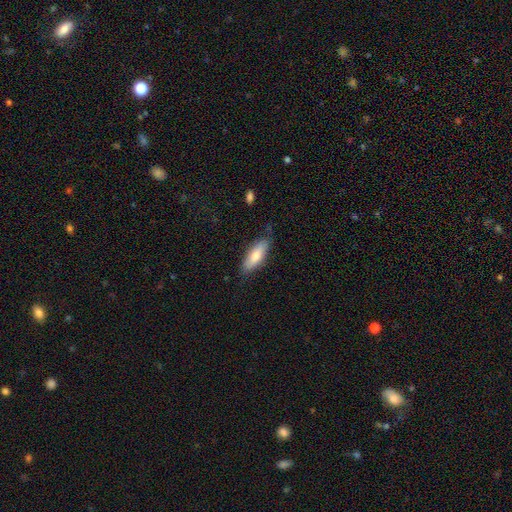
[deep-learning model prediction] smooth 77%, featured or disk 17%, star or artifact 6%. Down the decision tree: how rounded — in between (59%); merging — none (78%).